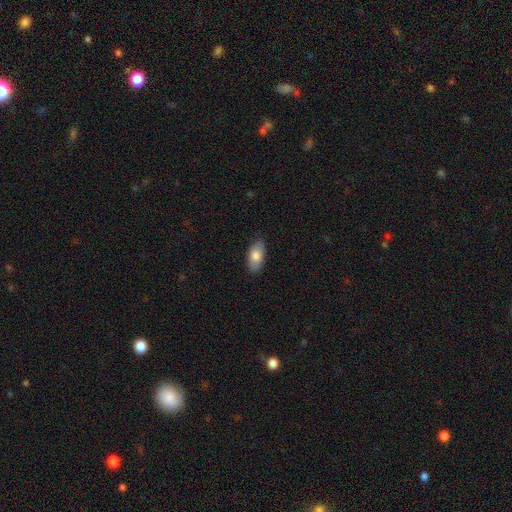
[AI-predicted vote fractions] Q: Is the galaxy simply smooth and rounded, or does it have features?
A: smooth — 79%.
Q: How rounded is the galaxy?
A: in between — 92%.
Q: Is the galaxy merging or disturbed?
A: none — 84%.